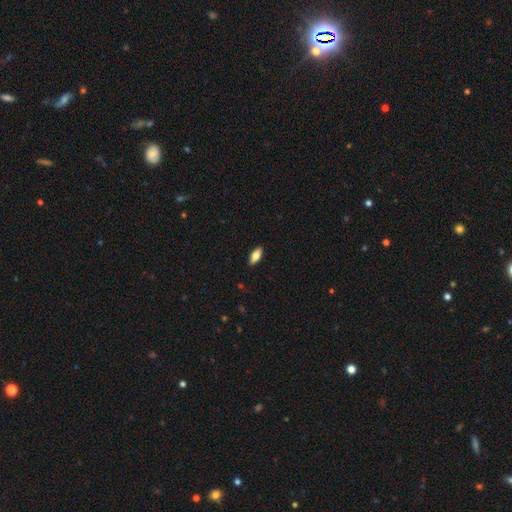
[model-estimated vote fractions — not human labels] Morphology: type=smooth (78%); roundness=in between (82%); merging=none (89%).